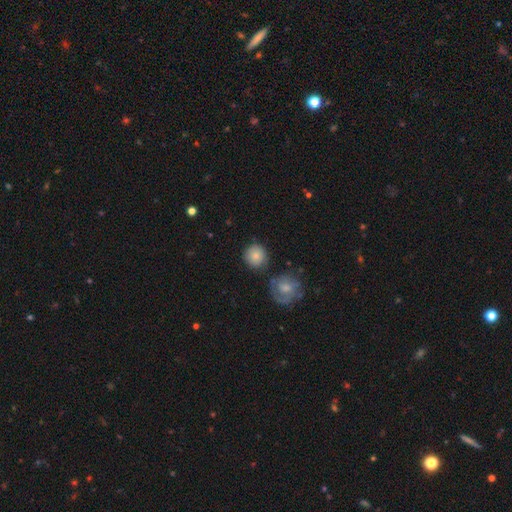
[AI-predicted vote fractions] Smooth or featured? Predicted: smooth (p=0.80). How rounded? Predicted: round (p=0.91). Merging? Predicted: none (p=0.77).